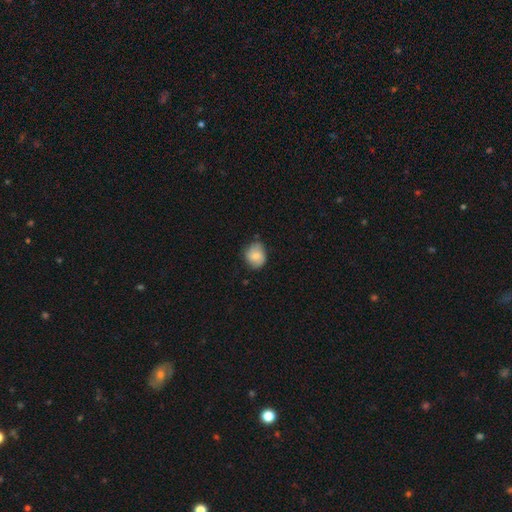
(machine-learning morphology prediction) Overall: smooth (76%). How rounded: round (62%; in between 37%). Merging: none (66%; minor disturbance 27%).